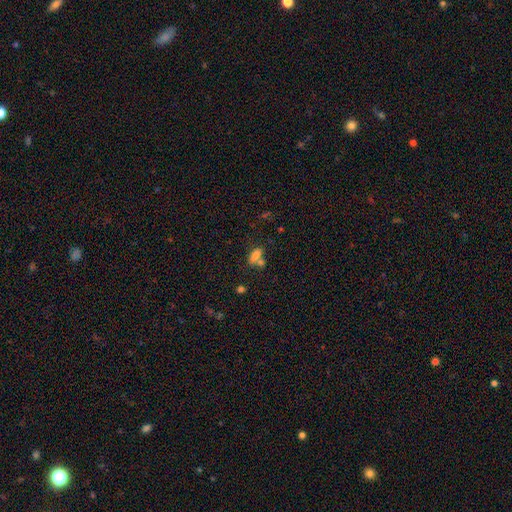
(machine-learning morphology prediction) smooth-or-featured: smooth: 77% | star or artifact: 13% | featured or disk: 10%
  how-rounded: in between: 79% | cigar-shaped: 13% | round: 7%
  merging: none: 47% | merger: 34% | minor disturbance: 13% | major disturbance: 6%